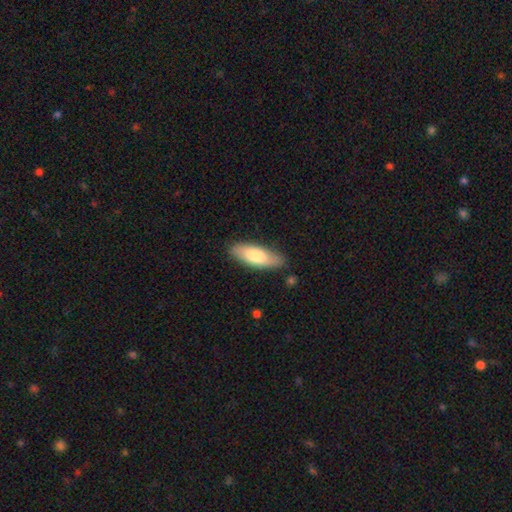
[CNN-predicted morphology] smooth_or_featured: smooth (p=0.74) [alt: featured or disk p=0.20]
how_rounded: in between (p=0.65) [alt: cigar-shaped p=0.33]
merging: none (p=0.83) [alt: minor disturbance p=0.13]